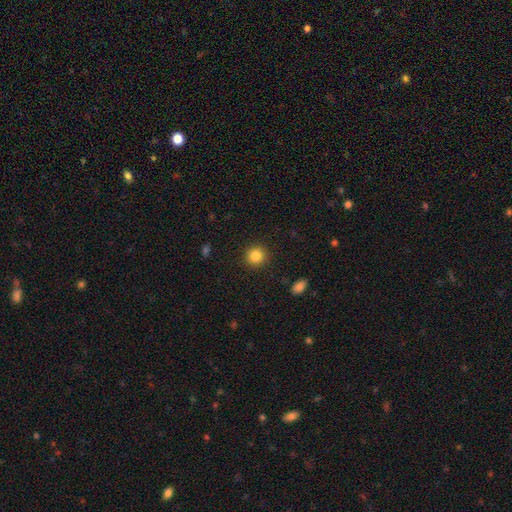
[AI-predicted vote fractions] Smooth or featured?
  - smooth: 84% *
  - star or artifact: 11%
  - featured or disk: 5%
How rounded?
  - round: 93% *
  - in between: 6%
  - cigar-shaped: 1%
Merging?
  - none: 91% *
  - minor disturbance: 6%
  - major disturbance: 2%
  - merger: 1%